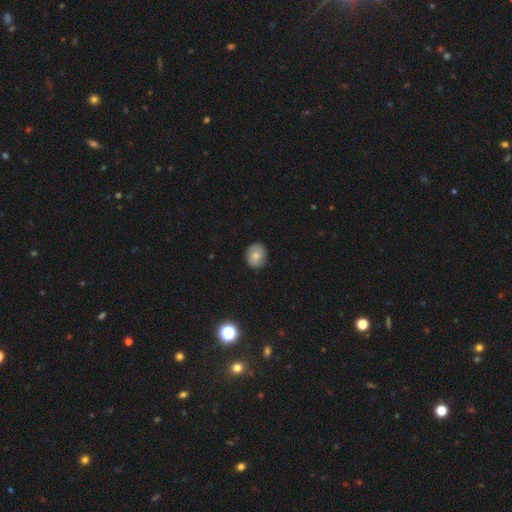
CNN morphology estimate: This appears to be a smooth galaxy with no disk features (77%) that is round (76%). Merging: none (85%).